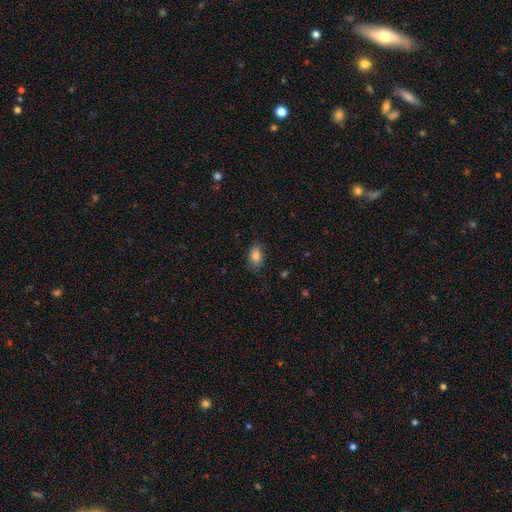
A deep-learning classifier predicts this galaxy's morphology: Overall: smooth (84%). How rounded: in between (86%). Merging: none (79%).